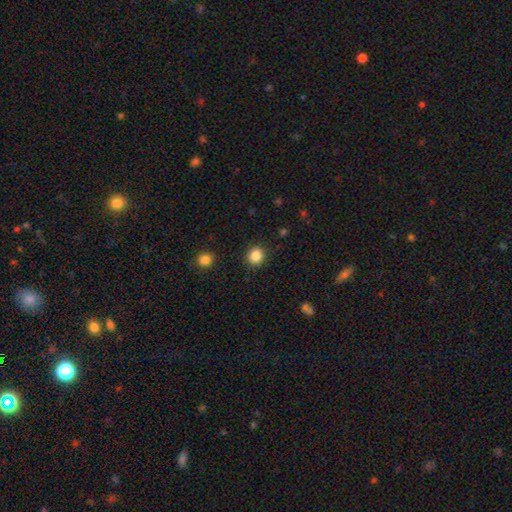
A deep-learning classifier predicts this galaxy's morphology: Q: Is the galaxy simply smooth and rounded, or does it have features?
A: smooth — 87%.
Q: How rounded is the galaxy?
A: round — 83%.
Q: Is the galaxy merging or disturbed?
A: none — 90%.